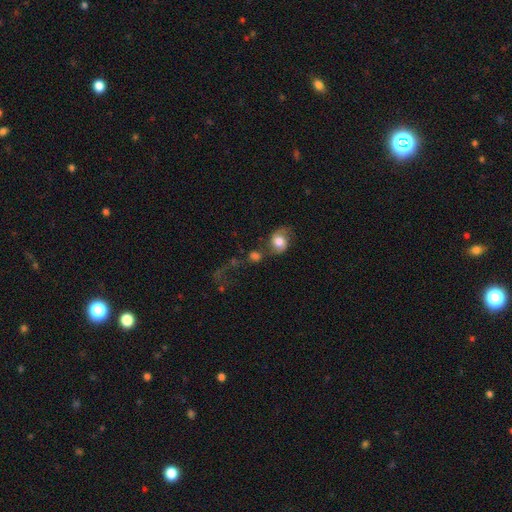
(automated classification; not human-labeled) smooth 49%, featured or disk 34%, star or artifact 17%. Down the decision tree: merging — none (38%).